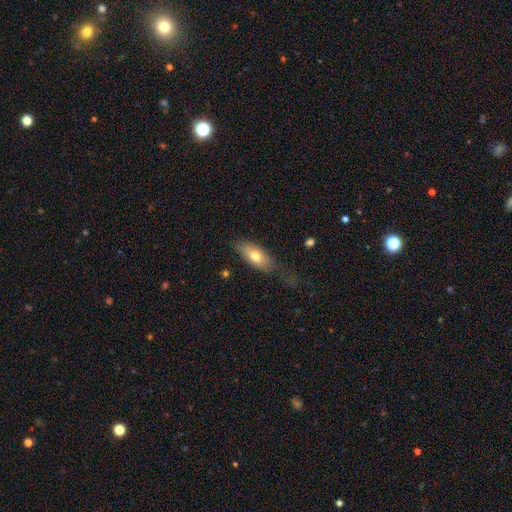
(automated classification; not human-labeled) The model was most divided on "merging": none: 52%, minor disturbance: 28%, major disturbance: 17%, merger: 2%. More confident: how rounded — in between (84%); smooth or featured — smooth (71%).